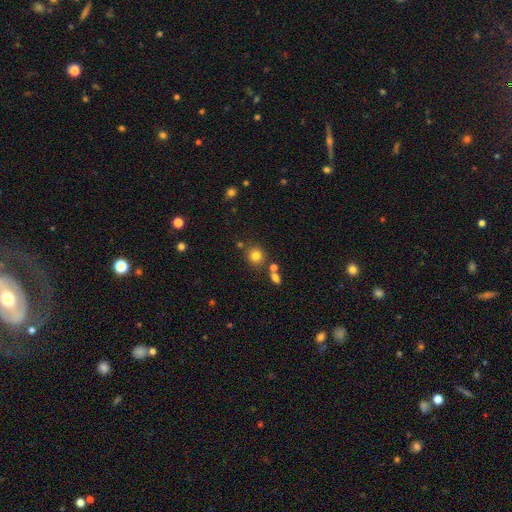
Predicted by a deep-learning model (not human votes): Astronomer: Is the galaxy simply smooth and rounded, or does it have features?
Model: smooth — 79%.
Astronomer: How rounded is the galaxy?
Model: round — 88%.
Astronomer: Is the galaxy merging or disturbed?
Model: none — 76%.